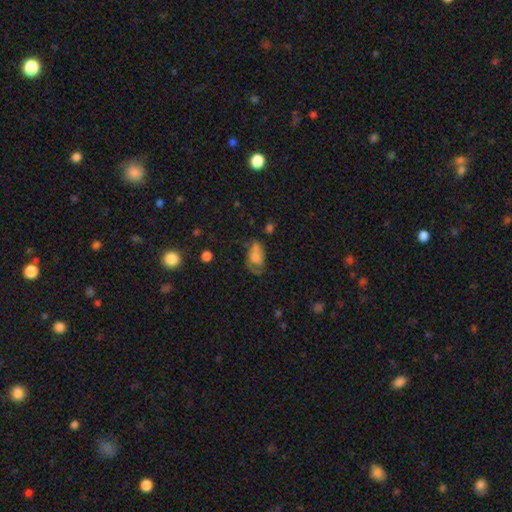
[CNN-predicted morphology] smooth-or-featured: smooth: 66% | featured or disk: 24% | star or artifact: 11%
  how-rounded: in between: 88% | round: 9% | cigar-shaped: 3%
  merging: none: 35% | minor disturbance: 31% | major disturbance: 27% | merger: 7%